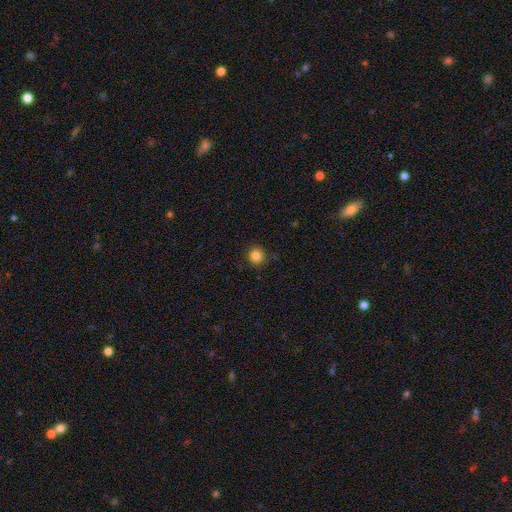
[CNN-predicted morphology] smooth-or-featured: smooth: 83% | star or artifact: 12% | featured or disk: 5%
  how-rounded: round: 93% | in between: 6% | cigar-shaped: 1%
  merging: none: 89% | minor disturbance: 8% | major disturbance: 2% | merger: 1%